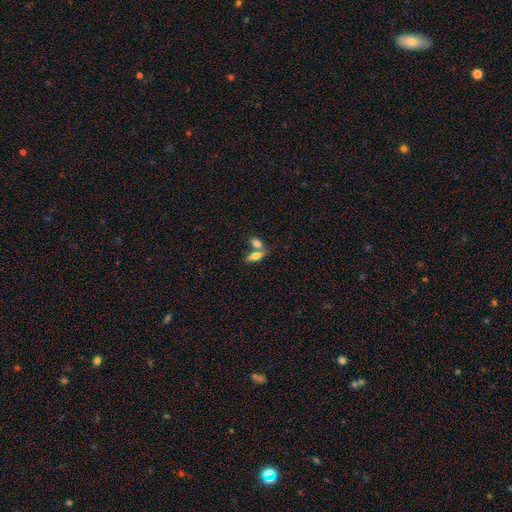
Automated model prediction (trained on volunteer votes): Morphology: type=smooth (71%); roundness=in between (74%); merging=merger (49%).